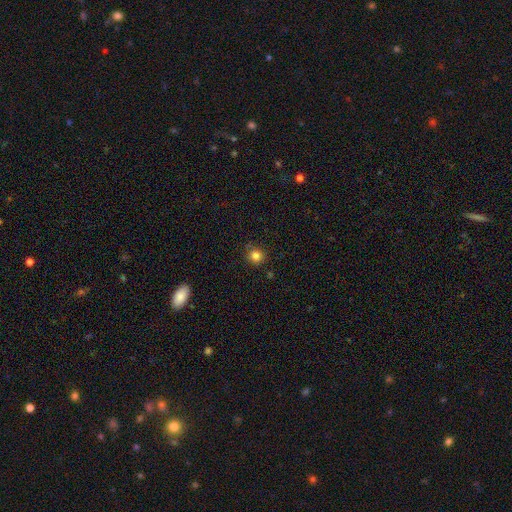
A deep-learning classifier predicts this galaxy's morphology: Overall: smooth (82%). How rounded: round (90%). Merging: none (82%).